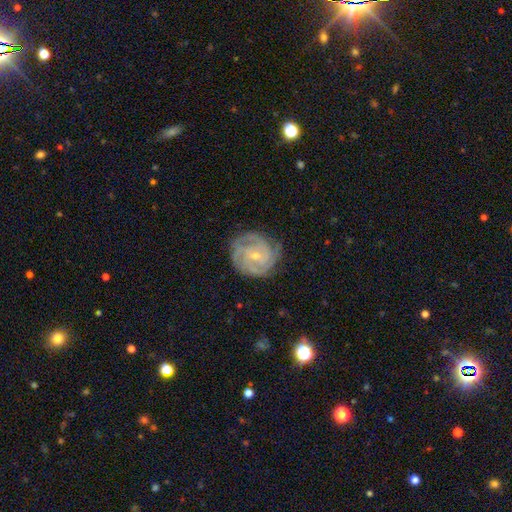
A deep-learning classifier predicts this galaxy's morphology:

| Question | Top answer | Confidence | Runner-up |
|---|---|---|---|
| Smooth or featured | featured or disk | 84% | smooth (10%) |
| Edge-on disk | no | 98% | yes (2%) |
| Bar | no | 57% | weak (35%) |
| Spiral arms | yes | 96% | no (4%) |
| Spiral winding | tight | 68% | medium (27%) |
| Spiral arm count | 3 | 30% | 4 (25%) |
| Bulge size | small | 70% | moderate (27%) |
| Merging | none | 76% | minor disturbance (18%) |